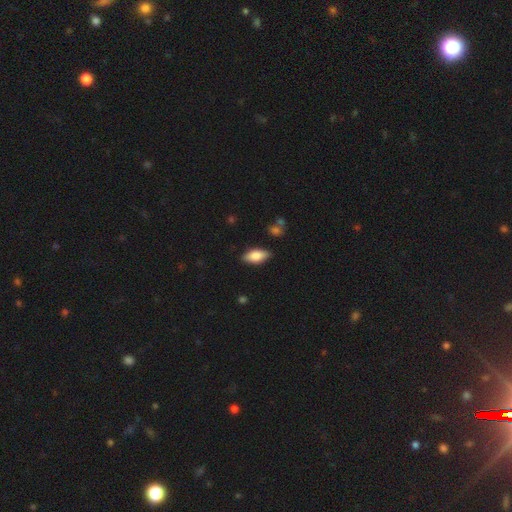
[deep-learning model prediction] smooth 77%, featured or disk 17%, star or artifact 7%. Down the decision tree: how rounded — in between (85%); merging — none (83%).